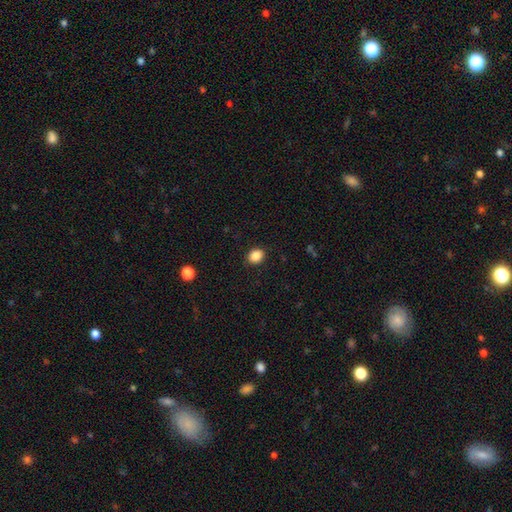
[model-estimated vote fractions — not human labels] A smooth galaxy with no disk features (87%) that is in between round and cigar-shaped (54%). Merging: none (89%).